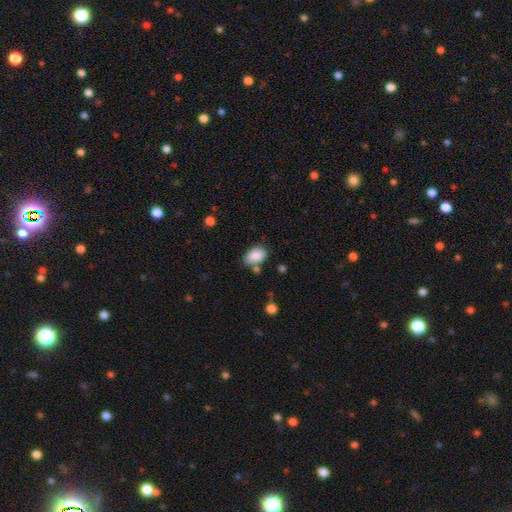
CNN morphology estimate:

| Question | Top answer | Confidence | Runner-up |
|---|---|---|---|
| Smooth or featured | smooth | 85% | featured or disk (8%) |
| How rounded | in between | 85% | round (14%) |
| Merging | none | 64% | minor disturbance (20%) |